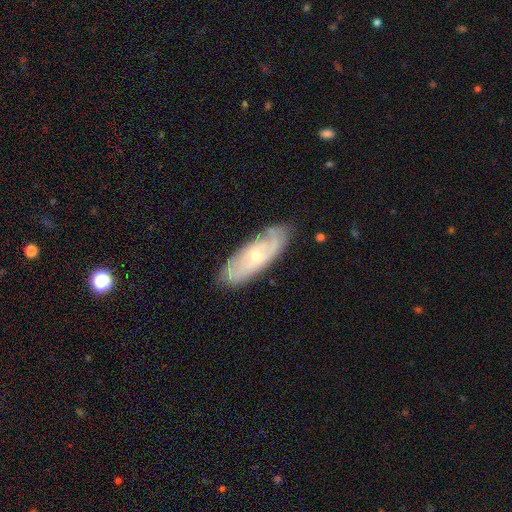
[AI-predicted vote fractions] smooth-or-featured: featured or disk: 69% | smooth: 25% | star or artifact: 6%
  disk-edge-on: no: 83% | yes: 17%
    bar: no: 74% | weak: 21% | strong: 4%
    has-spiral-arms: yes: 78% | no: 22%
    bulge-size: small: 63% | moderate: 34% | large: 1% | none: 1% | dominant: 1%
  merging: none: 77% | minor disturbance: 17% | major disturbance: 4% | merger: 1%